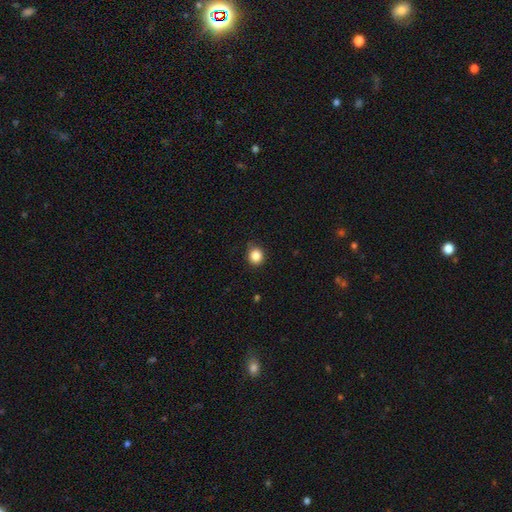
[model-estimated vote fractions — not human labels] smooth_or_featured: smooth (p=0.86) [alt: star or artifact p=0.10]
how_rounded: round (p=0.85) [alt: in between p=0.14]
merging: none (p=0.83) [alt: minor disturbance p=0.13]